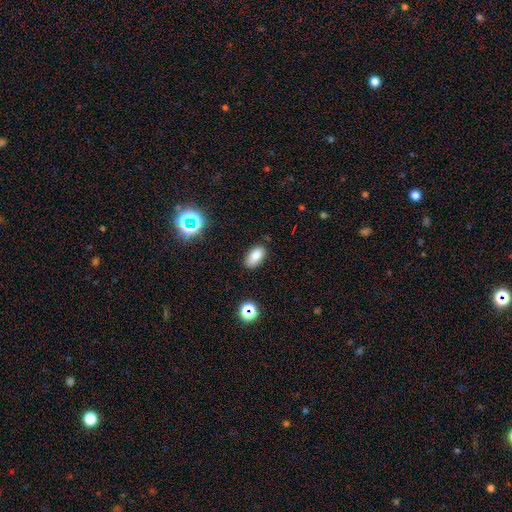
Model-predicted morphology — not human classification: smooth-or-featured: smooth: 82% | star or artifact: 11% | featured or disk: 6%
  how-rounded: in between: 92% | round: 4% | cigar-shaped: 4%
  merging: none: 82% | minor disturbance: 13% | major disturbance: 3% | merger: 2%